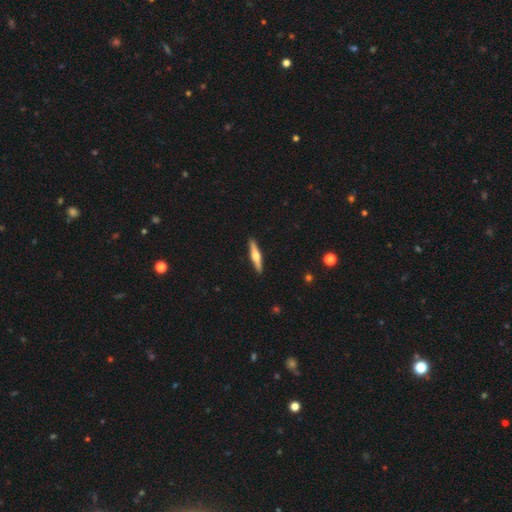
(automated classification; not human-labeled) smooth-or-featured: featured or disk: 64% | smooth: 31% | star or artifact: 5%
  disk-edge-on: yes: 98% | no: 2%
    edge-on-bulge: rounded: 92% | boxy: 5% | none: 3%
  merging: none: 92% | minor disturbance: 5% | major disturbance: 1% | merger: 1%